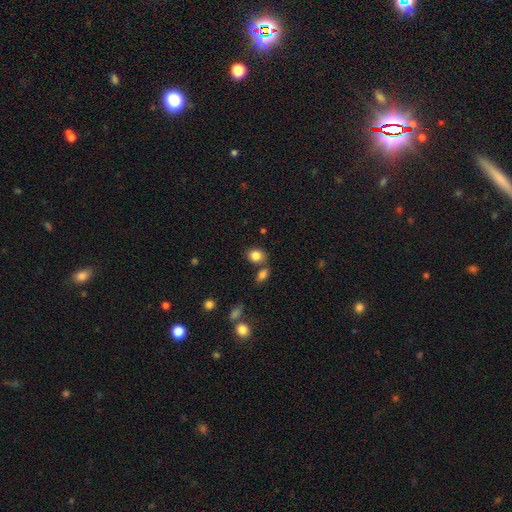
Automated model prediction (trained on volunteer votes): This is clearly a smooth galaxy (84%). How rounded: possibly round (50%). Merging: likely none (67%).